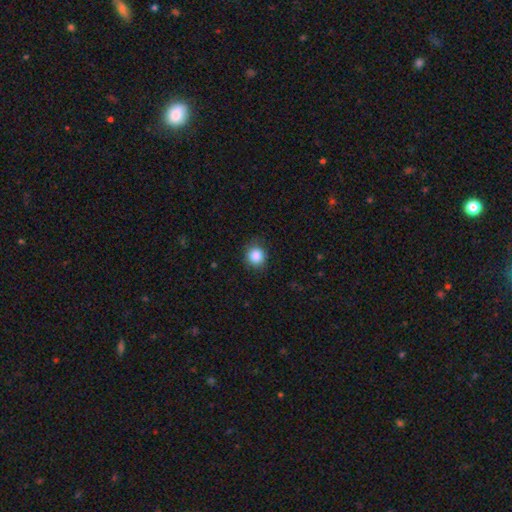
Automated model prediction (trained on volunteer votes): Overall: smooth (86%). How rounded: round (87%). Merging: none (82%).